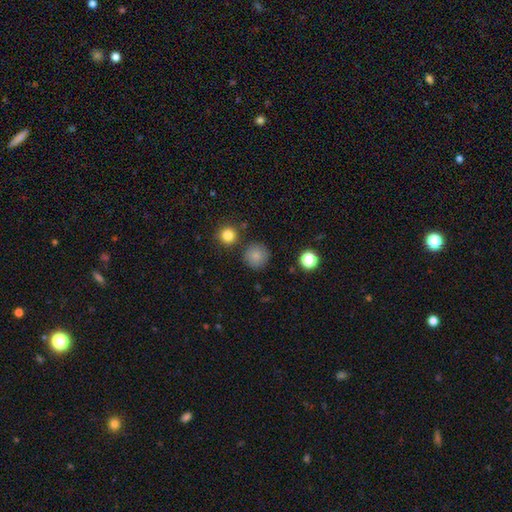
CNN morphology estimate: smooth_or_featured: smooth (p=0.83) [alt: star or artifact p=0.11]
how_rounded: round (p=0.95) [alt: in between p=0.04]
merging: none (p=0.85) [alt: minor disturbance p=0.08]